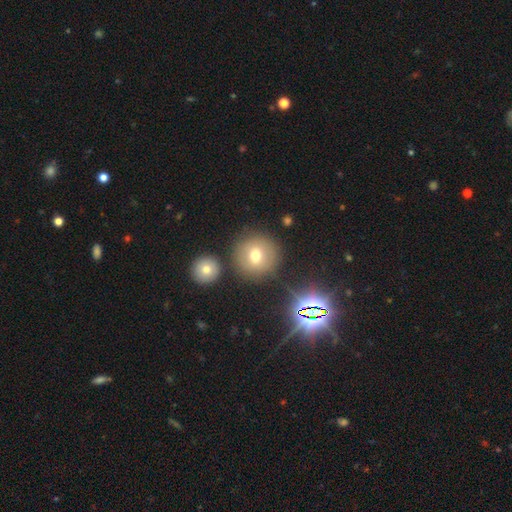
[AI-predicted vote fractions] This is likely a smooth galaxy (70%). How rounded: clearly round (93%). Merging: clearly none (81%).